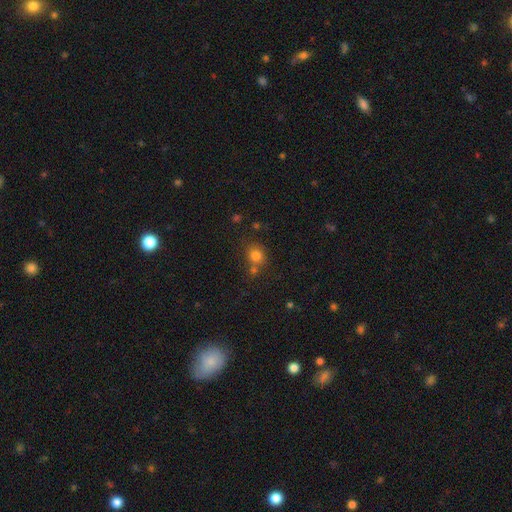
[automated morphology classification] A smooth galaxy with no disk features (78%) that is round (78%).

Vote fractions:
- Smooth or featured? smooth: 78% / star or artifact: 14% / featured or disk: 8%
- How rounded? round: 78% / in between: 22% / cigar-shaped: 1%
- Merging? none: 59% / merger: 25% / minor disturbance: 12% / major disturbance: 4%